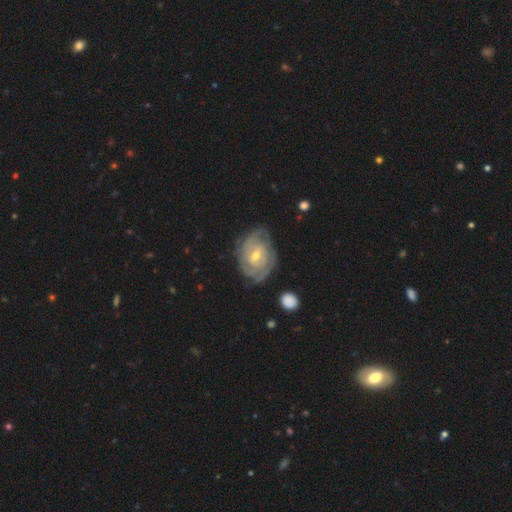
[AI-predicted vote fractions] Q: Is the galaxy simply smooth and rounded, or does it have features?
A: featured or disk — 83%.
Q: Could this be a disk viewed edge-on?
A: no — 97%.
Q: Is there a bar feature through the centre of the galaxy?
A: no — 48%.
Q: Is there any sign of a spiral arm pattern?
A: yes — 92%.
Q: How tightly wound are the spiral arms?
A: tight — 74%.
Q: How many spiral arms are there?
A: can't tell — 36%.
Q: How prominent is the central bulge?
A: moderate — 50%.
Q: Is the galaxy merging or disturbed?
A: none — 72%.